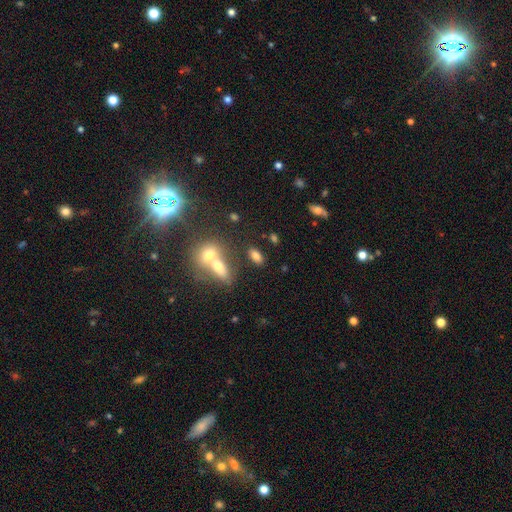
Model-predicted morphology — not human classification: Smooth or featured? smooth (77%)
How rounded? in between (87%)
Merging? none (66%)